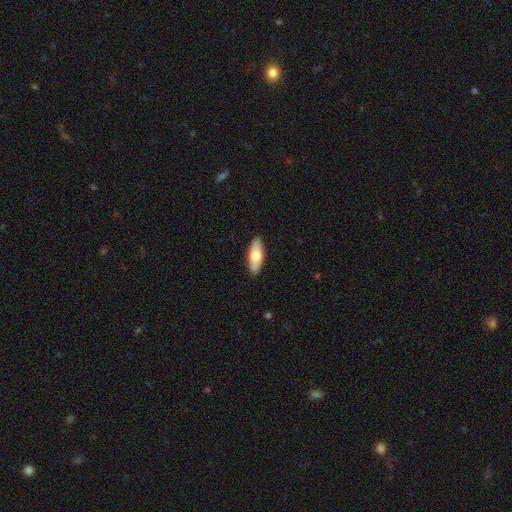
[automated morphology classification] Smooth or featured: smooth — 70% (featured or disk — 25%)
How rounded: in between — 67% (cigar-shaped — 31%)
Merging: none — 89% (minor disturbance — 8%)